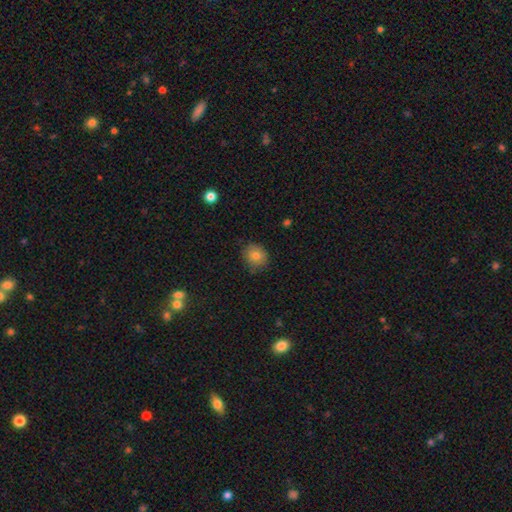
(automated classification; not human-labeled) Smooth or featured: smooth — 79% (star or artifact — 11%)
How rounded: round — 76% (in between — 23%)
Merging: none — 82% (minor disturbance — 14%)